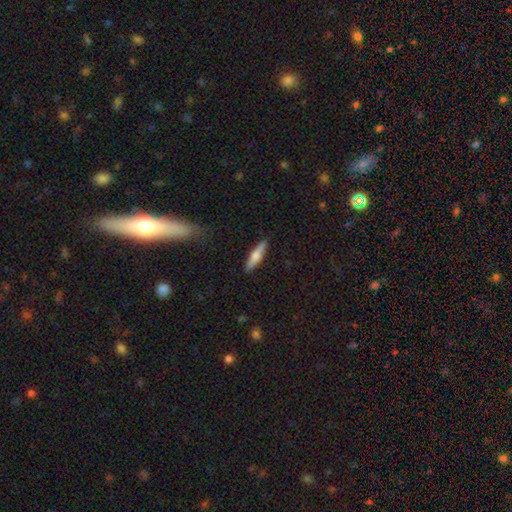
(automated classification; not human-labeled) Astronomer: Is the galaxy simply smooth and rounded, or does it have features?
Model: smooth — 59% (runner-up: featured or disk, 35%).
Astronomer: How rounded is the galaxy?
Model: cigar-shaped — 81%.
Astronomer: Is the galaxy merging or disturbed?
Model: none — 89%.